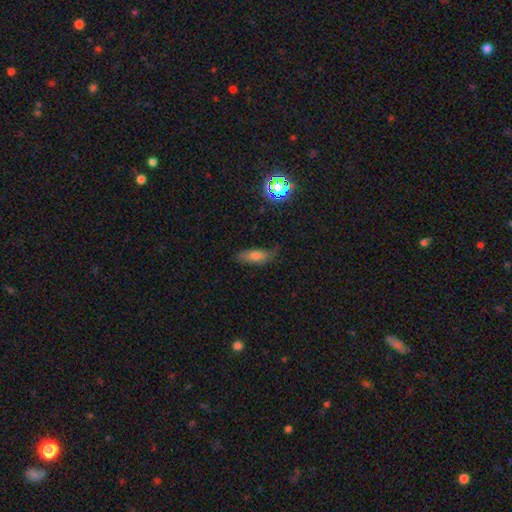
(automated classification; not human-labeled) Smooth or featured?
  - smooth: 67% *
  - featured or disk: 19%
  - star or artifact: 14%
How rounded?
  - in between: 69% *
  - cigar-shaped: 27%
  - round: 4%
Merging?
  - none: 63% *
  - minor disturbance: 28%
  - major disturbance: 8%
  - merger: 2%